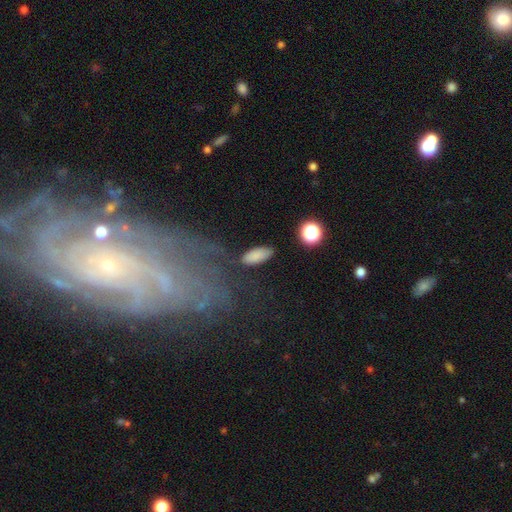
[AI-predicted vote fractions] Smooth or featured? smooth (85%)
How rounded? in between (84%)
Merging? none (81%)